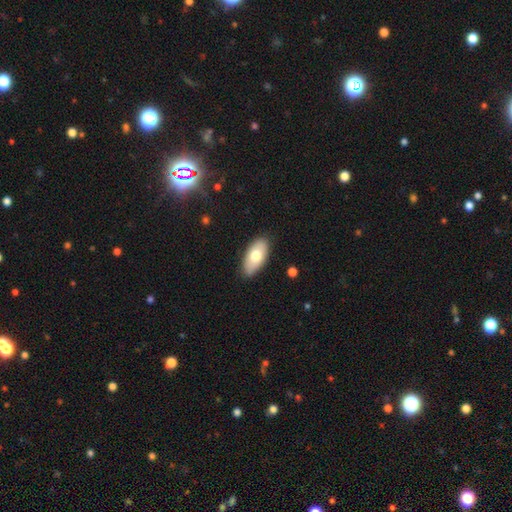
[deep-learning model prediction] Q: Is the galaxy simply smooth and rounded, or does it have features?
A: smooth — 71%.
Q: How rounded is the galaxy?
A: in between — 93%.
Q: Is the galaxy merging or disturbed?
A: none — 85%.